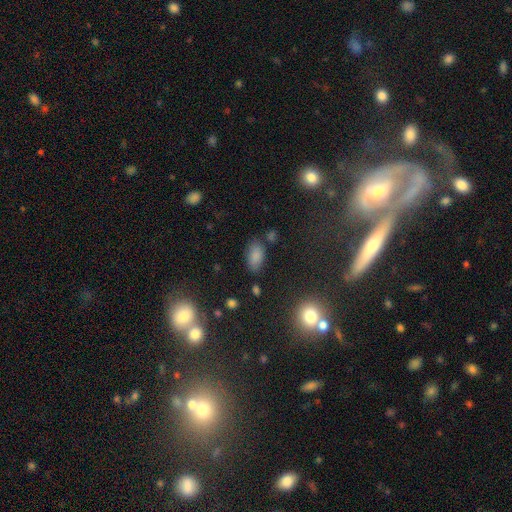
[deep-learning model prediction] The model was most divided on "merging": none: 71%, minor disturbance: 19%, major disturbance: 5%, merger: 5%. More confident: how rounded — in between (92%); smooth or featured — smooth (81%).